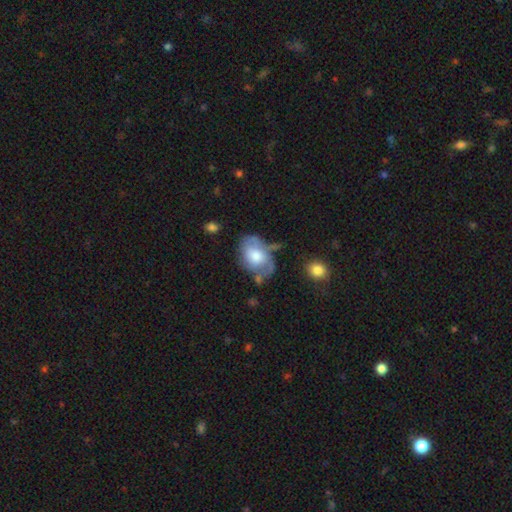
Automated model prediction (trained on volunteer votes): Morphology: type=featured or disk (53%); edge-on=no (96%); bar=no (77%); spiral arms=yes (68%); bulge=moderate (46%); merging=none (41%).